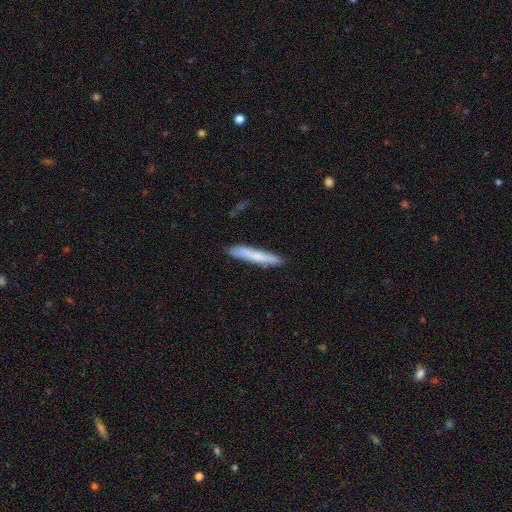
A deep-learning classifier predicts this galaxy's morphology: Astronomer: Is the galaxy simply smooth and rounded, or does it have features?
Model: smooth — 73%.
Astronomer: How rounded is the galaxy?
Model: cigar-shaped — 95%.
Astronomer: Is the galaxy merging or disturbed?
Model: none — 88%.